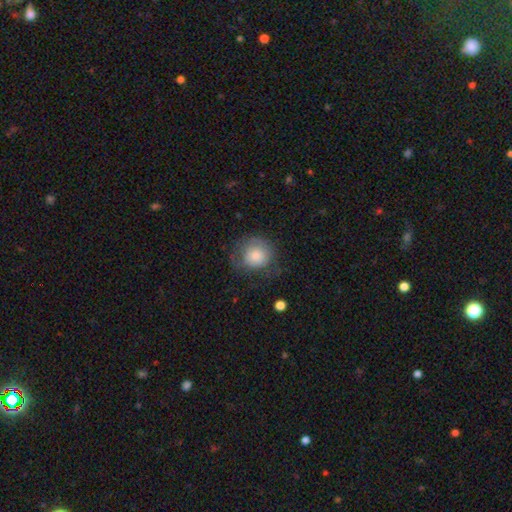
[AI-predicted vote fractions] This is likely a smooth galaxy (74%). How rounded: clearly round (84%). Merging: possibly none (52%).